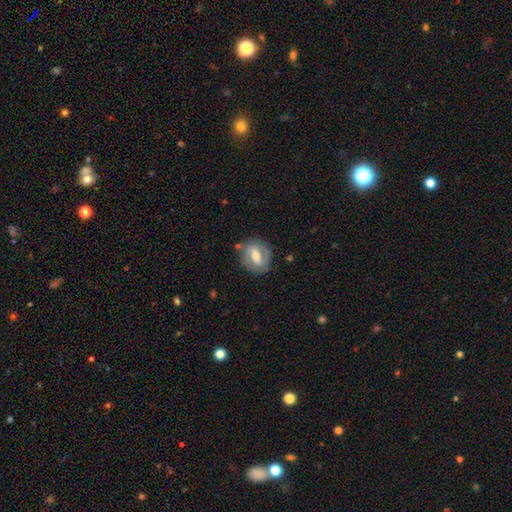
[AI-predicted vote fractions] Smooth or featured? Predicted: featured or disk (p=0.64). Edge-on disk? Predicted: no (p=0.95). Bar? Predicted: strong (p=0.43). Spiral arms? Predicted: yes (p=0.72). Bulge size? Predicted: moderate (p=0.63). Merging? Predicted: none (p=0.78).